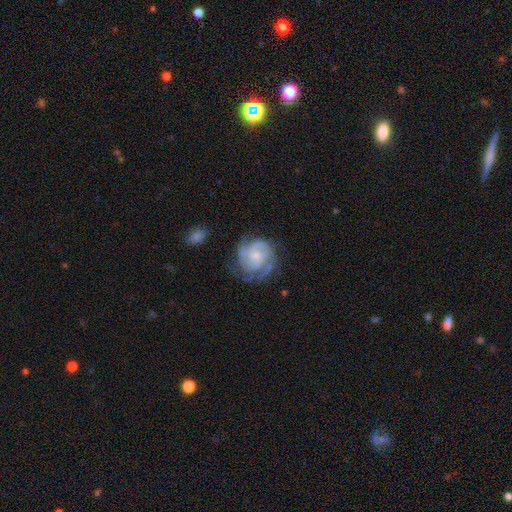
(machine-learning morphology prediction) smooth-or-featured: featured or disk: 80% | smooth: 14% | star or artifact: 6%
  disk-edge-on: no: 98% | yes: 2%
    bar: no: 71% | weak: 25% | strong: 4%
    has-spiral-arms: yes: 93% | no: 7%
      spiral-winding: tight: 57% | medium: 34% | loose: 9%
      spiral-arm-count: 2: 31% | 3: 27% | can't tell: 25% | 4: 6% | 1: 6% | more than 4: 4%
    bulge-size: small: 60% | moderate: 28% | none: 7% | large: 3% | dominant: 1%
  merging: none: 58% | minor disturbance: 23% | major disturbance: 16% | merger: 2%